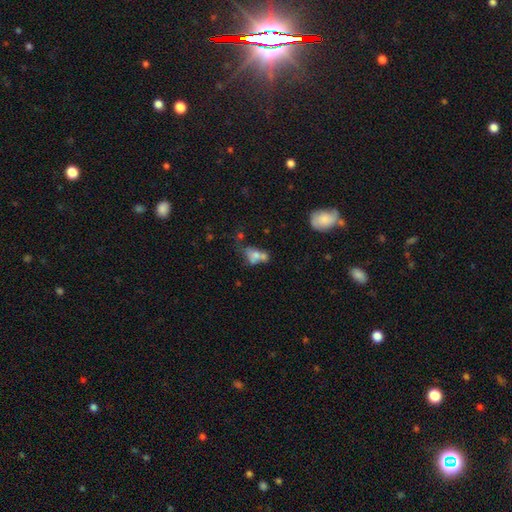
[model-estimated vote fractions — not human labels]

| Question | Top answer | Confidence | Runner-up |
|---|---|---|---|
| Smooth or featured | smooth | 63% | featured or disk (24%) |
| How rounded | in between | 72% | round (23%) |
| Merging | merger | 49% | none (25%) |